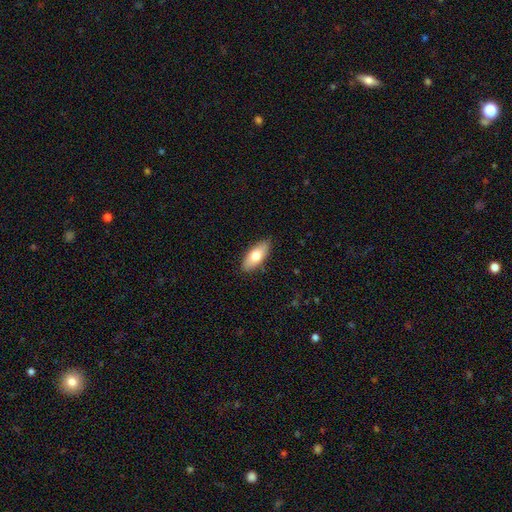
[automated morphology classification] This is likely a smooth galaxy (74%). How rounded: clearly in between (83%). Merging: clearly none (87%).